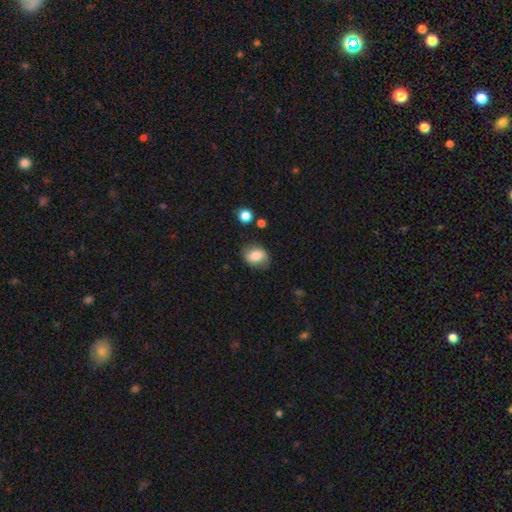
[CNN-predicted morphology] Smooth or featured?
  - smooth: 78% *
  - featured or disk: 14%
  - star or artifact: 9%
How rounded?
  - in between: 58% *
  - round: 41%
  - cigar-shaped: 1%
Merging?
  - none: 76% *
  - minor disturbance: 17%
  - major disturbance: 5%
  - merger: 2%